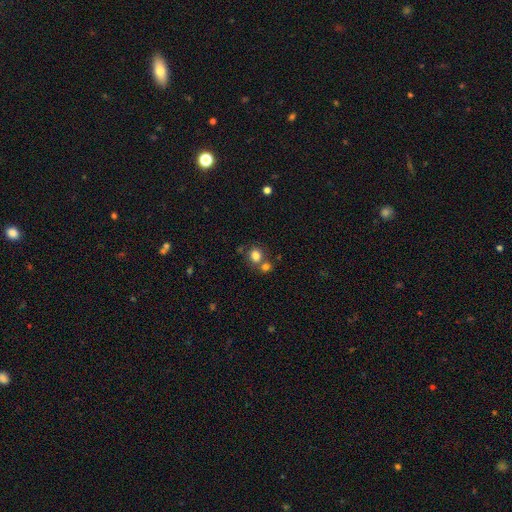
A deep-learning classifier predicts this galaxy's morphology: The model was most divided on "merging": none: 56%, merger: 32%, minor disturbance: 9%, major disturbance: 4%. More confident: smooth or featured — smooth (81%); how rounded — round (76%).